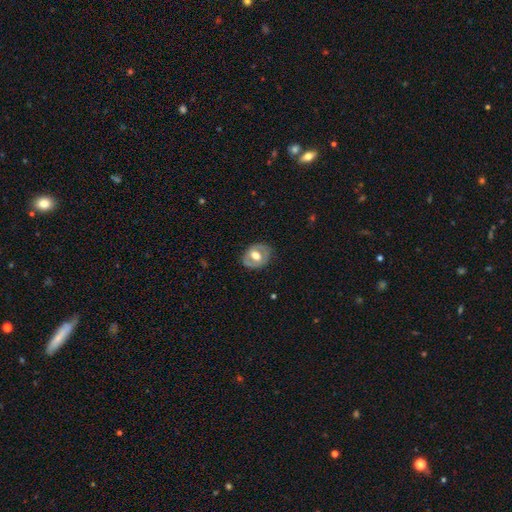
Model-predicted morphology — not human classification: smooth_or_featured: featured or disk (p=0.50) [alt: smooth p=0.44]
disk_edge_on: no (p=0.93) [alt: yes p=0.07]
merging: none (p=0.79) [alt: minor disturbance p=0.16]